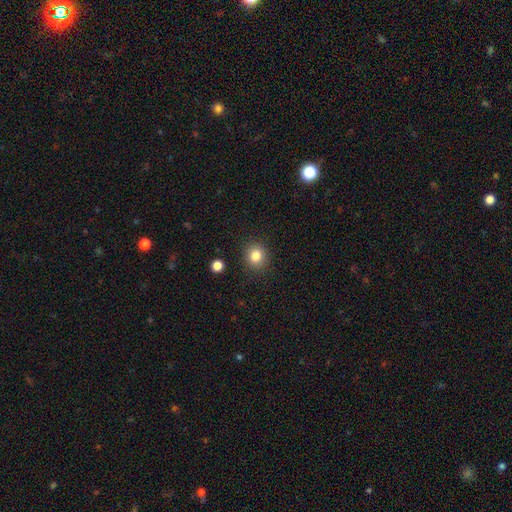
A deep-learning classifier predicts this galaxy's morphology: smooth 83%, star or artifact 11%, featured or disk 6%. Down the decision tree: how rounded — round (86%); merging — none (89%).